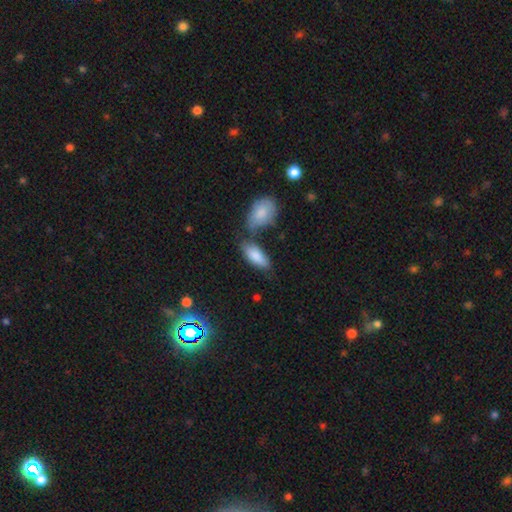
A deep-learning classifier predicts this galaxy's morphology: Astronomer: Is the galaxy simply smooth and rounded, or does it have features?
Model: smooth — 85%.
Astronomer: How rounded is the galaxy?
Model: in between — 83%.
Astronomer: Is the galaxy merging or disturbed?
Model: none — 53%.